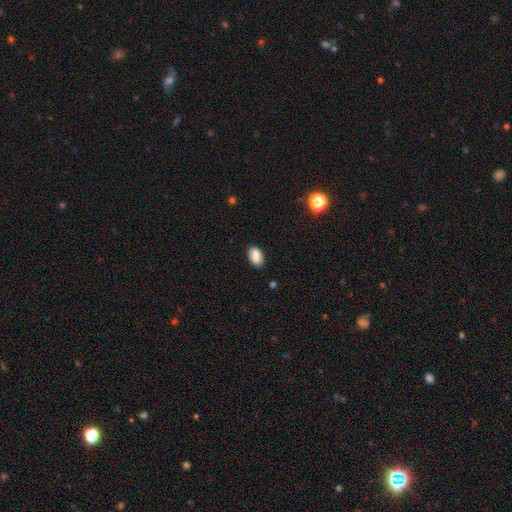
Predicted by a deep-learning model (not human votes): Smooth or featured? Predicted: smooth (p=0.81). How rounded? Predicted: in between (p=0.90). Merging? Predicted: none (p=0.85).